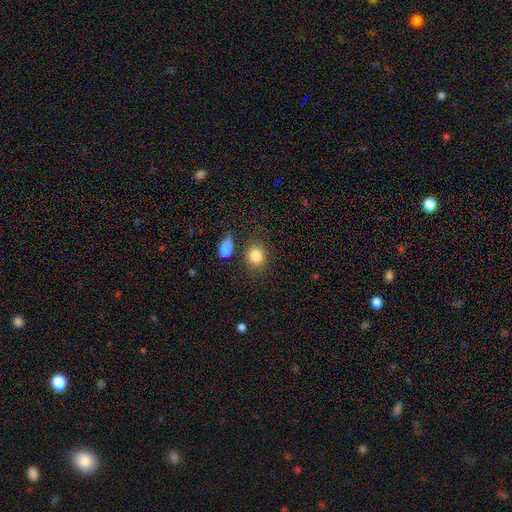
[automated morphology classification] This is clearly a smooth galaxy (84%). How rounded: likely round (67%). Merging: likely none (74%).